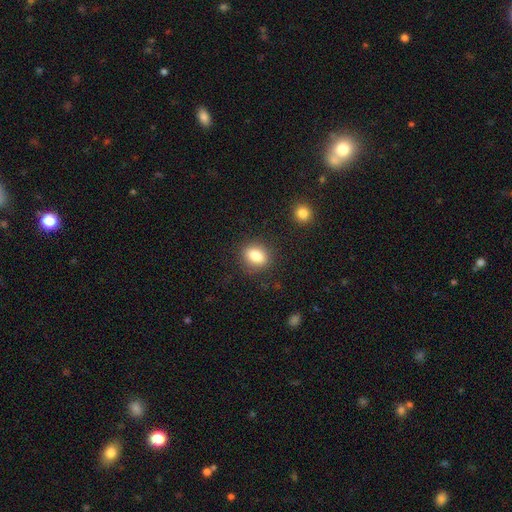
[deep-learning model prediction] Smooth or featured?
  - smooth: 83% *
  - star or artifact: 9%
  - featured or disk: 8%
How rounded?
  - in between: 61% *
  - round: 37%
  - cigar-shaped: 2%
Merging?
  - none: 86% *
  - minor disturbance: 9%
  - major disturbance: 3%
  - merger: 1%